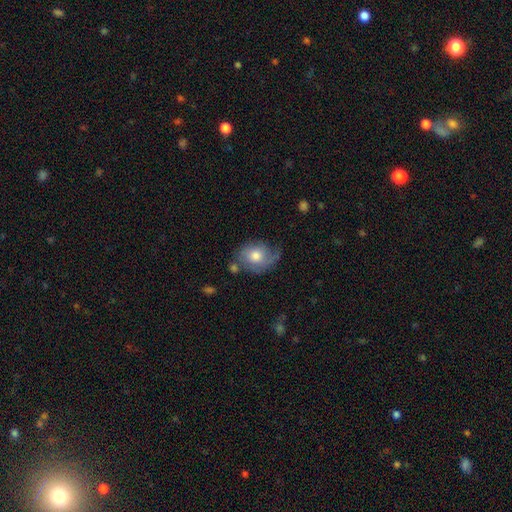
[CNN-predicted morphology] smooth 57%, featured or disk 35%, star or artifact 8%. Down the decision tree: how rounded — round (57%); merging — none (49%).